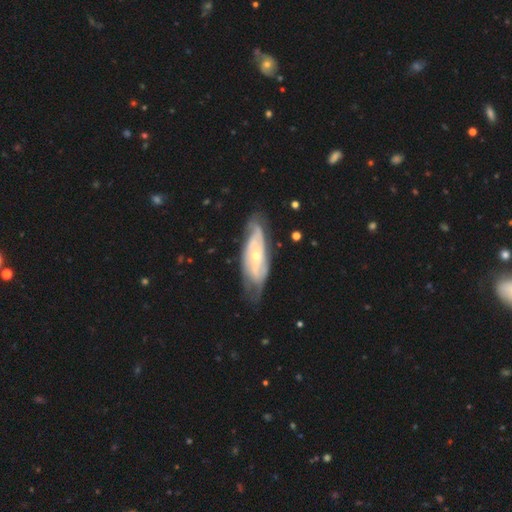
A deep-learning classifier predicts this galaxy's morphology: smooth_or_featured: featured or disk (p=0.81) [alt: smooth p=0.14]
disk_edge_on: no (p=0.86) [alt: yes p=0.14]
bar: no (p=0.58) [alt: weak p=0.30]
has_spiral_arms: yes (p=0.92) [alt: no p=0.08]
spiral_winding: tight (p=0.57) [alt: medium p=0.33]
spiral_arm_count: 2 (p=0.39) [alt: can't tell p=0.36]
bulge_size: small (p=0.65) [alt: moderate p=0.32]
merging: none (p=0.68) [alt: minor disturbance p=0.22]